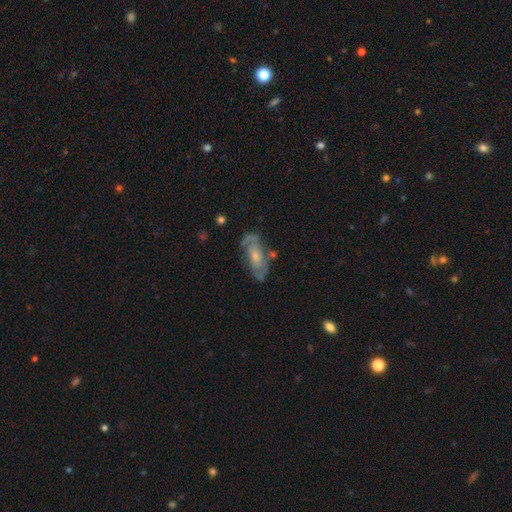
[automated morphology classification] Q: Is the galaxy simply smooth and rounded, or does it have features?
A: featured or disk — 68%.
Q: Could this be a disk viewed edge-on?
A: no — 89%.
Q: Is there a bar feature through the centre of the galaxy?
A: no — 65%.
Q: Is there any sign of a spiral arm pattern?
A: yes — 78%.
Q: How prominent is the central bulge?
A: small — 47%.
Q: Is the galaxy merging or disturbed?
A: none — 62%.